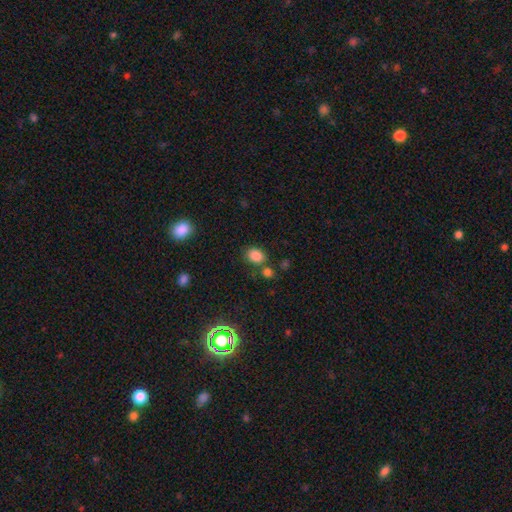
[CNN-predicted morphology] type=smooth (84%); roundness=in between (69%); merging=none (68%).